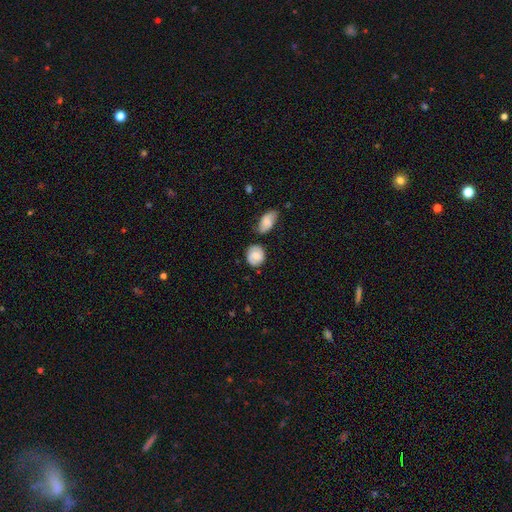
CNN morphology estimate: A smooth galaxy with no disk features (58%) that is round (66%). Merging: none (68%).